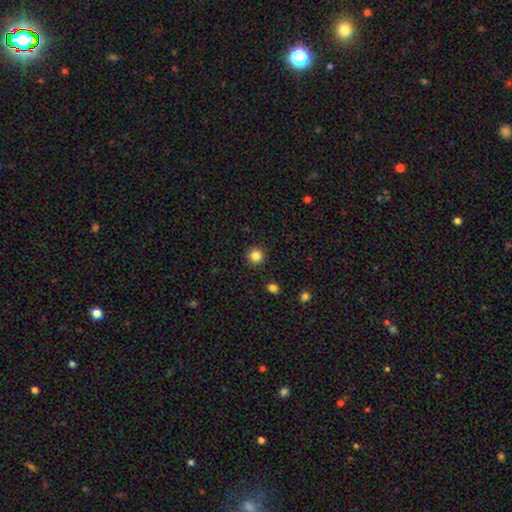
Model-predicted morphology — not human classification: Smooth or featured?
  - smooth: 85% *
  - star or artifact: 11%
  - featured or disk: 4%
How rounded?
  - round: 94% *
  - in between: 5%
  - cigar-shaped: 1%
Merging?
  - none: 92% *
  - minor disturbance: 5%
  - major disturbance: 2%
  - merger: 1%